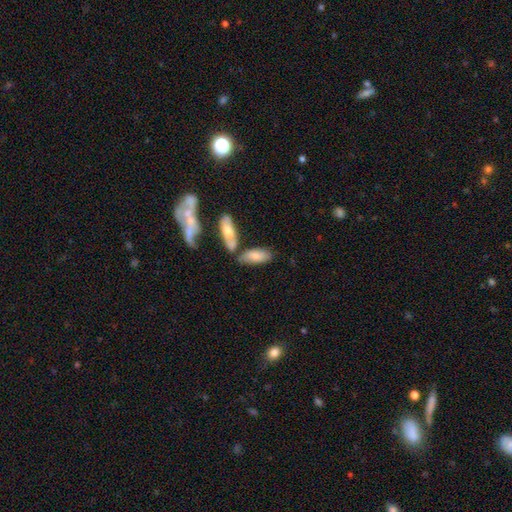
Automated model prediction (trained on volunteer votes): Morphology: type=smooth (75%); roundness=in between (80%); merging=none (55%).